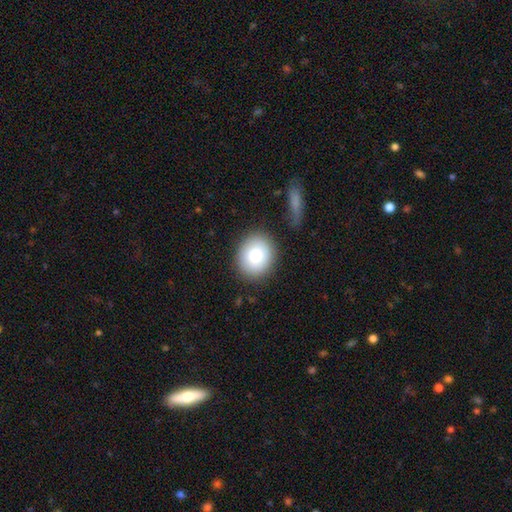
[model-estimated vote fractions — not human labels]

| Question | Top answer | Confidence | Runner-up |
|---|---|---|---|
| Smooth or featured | smooth | 77% | featured or disk (14%) |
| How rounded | round | 74% | in between (26%) |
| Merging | none | 84% | minor disturbance (10%) |